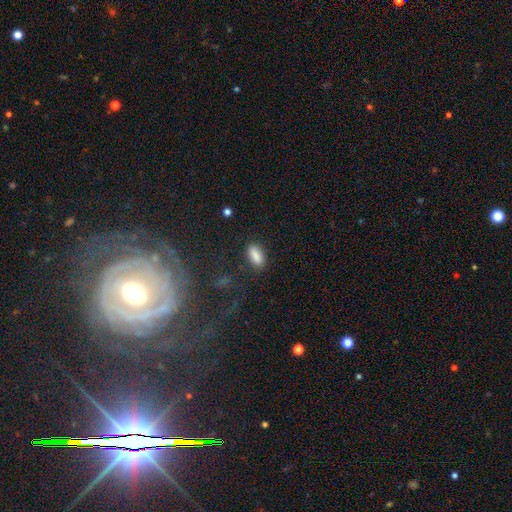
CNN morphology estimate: Smooth or featured? smooth (87%)
How rounded? in between (88%)
Merging? none (85%)